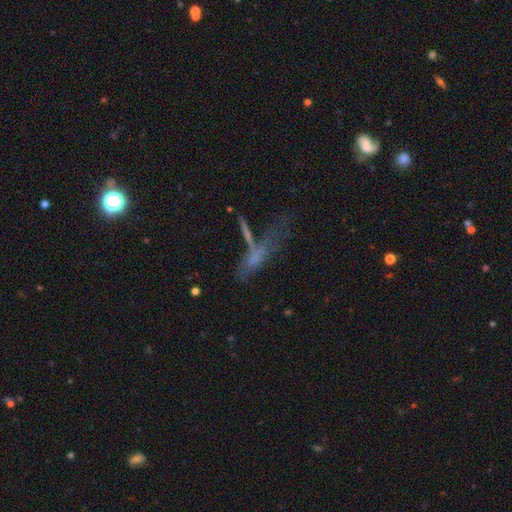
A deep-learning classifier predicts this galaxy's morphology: Q: Smooth or featured?
A: smooth (48%); runner-up: featured or disk (36%)
Q: Merging?
A: merger (31%); tied with: none (31%)